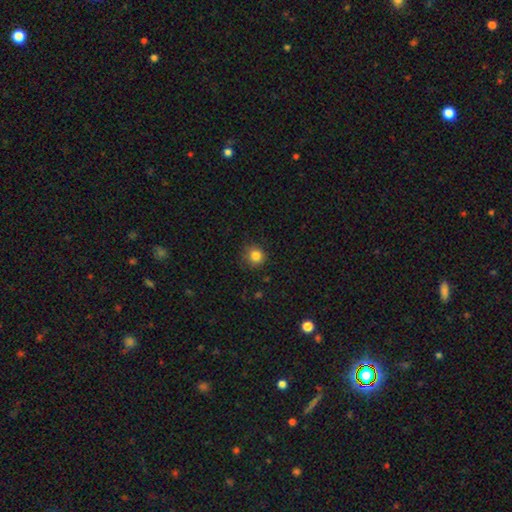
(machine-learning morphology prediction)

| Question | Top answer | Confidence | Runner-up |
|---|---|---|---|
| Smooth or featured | smooth | 84% | star or artifact (12%) |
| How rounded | round | 91% | in between (8%) |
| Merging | none | 83% | minor disturbance (13%) |